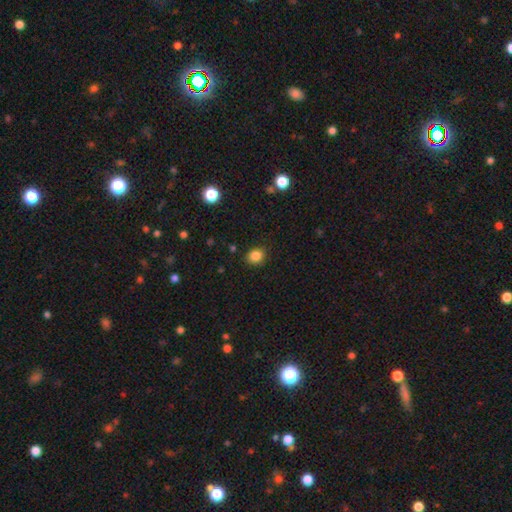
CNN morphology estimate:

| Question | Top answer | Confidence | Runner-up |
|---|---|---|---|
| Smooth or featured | smooth | 85% | star or artifact (11%) |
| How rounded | round | 65% | in between (34%) |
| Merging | none | 84% | minor disturbance (12%) |